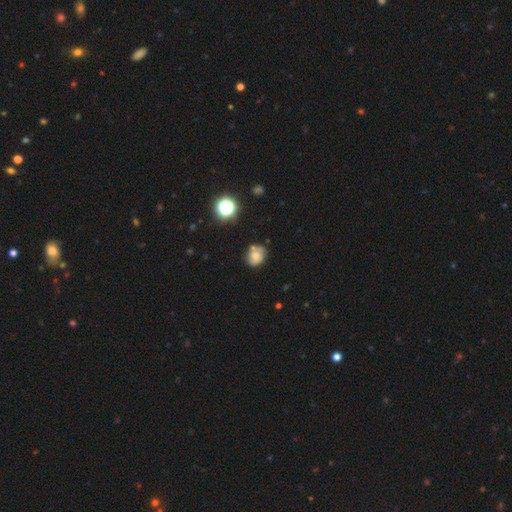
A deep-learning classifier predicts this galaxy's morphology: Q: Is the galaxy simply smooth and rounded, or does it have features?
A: smooth — 62%.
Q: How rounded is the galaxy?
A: round — 56%.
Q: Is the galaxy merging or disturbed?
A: none — 61%.